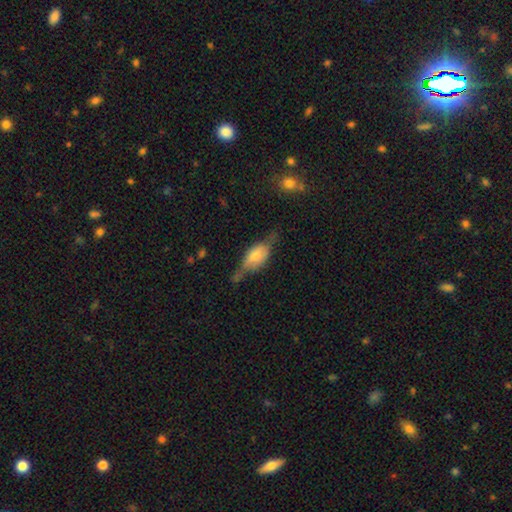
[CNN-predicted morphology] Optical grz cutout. It shows a featured or disk galaxy (49%). Merging: none (44%).